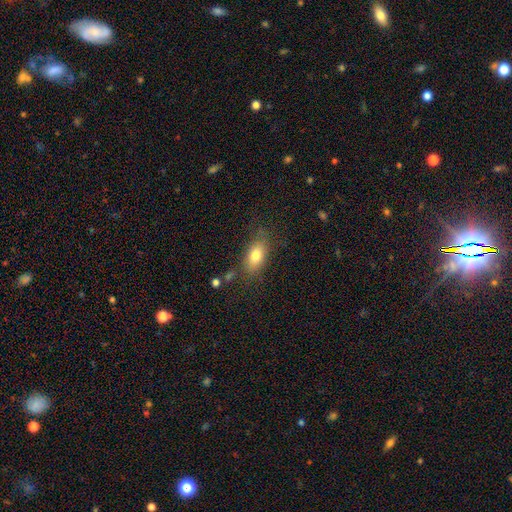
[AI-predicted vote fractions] Smooth or featured? smooth (78%)
How rounded? in between (86%)
Merging? none (74%)